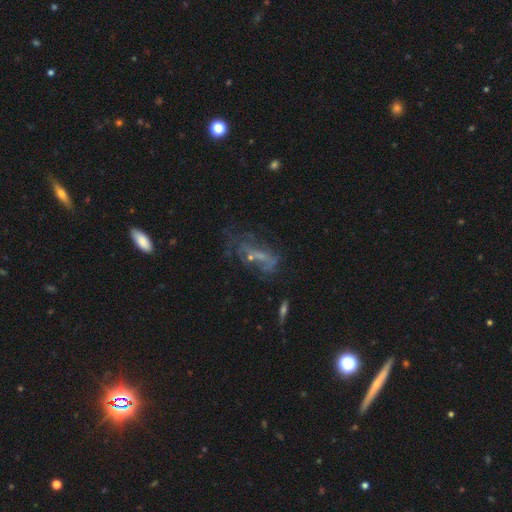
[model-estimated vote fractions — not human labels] The model was most divided on "merging": none: 38%, major disturbance: 31%, minor disturbance: 19%, merger: 11%. Remaining: smooth or featured — featured or disk (47%).